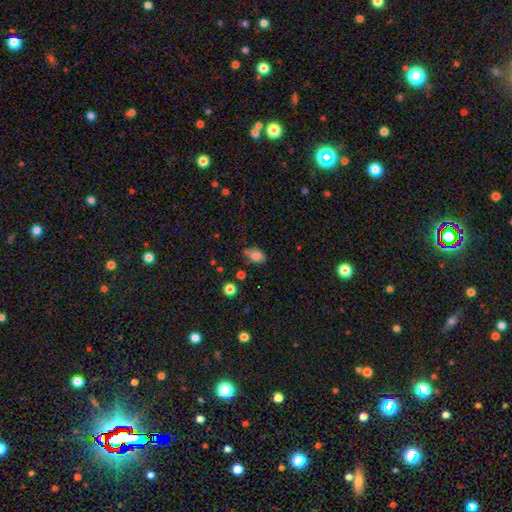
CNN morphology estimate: A smooth galaxy with no disk features (81%) that is in between round and cigar-shaped (77%).

Vote fractions:
- Smooth or featured? smooth: 81% / star or artifact: 11% / featured or disk: 7%
- How rounded? in between: 77% / round: 22% / cigar-shaped: 2%
- Merging? none: 59% / minor disturbance: 28% / major disturbance: 6% / merger: 6%